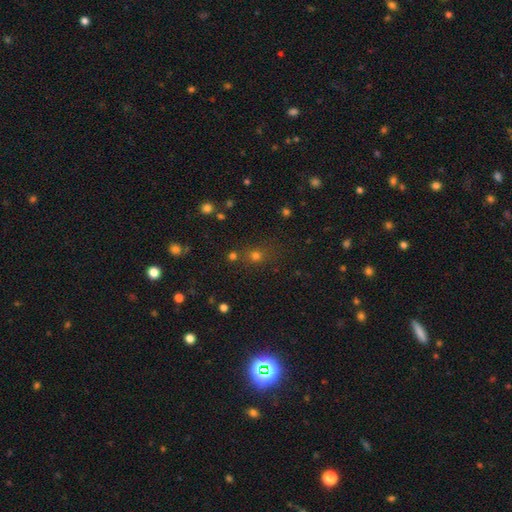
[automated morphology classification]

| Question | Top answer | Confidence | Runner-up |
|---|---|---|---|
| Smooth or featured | smooth | 61% | star or artifact (31%) |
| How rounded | round | 81% | in between (17%) |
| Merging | none | 76% | minor disturbance (11%) |